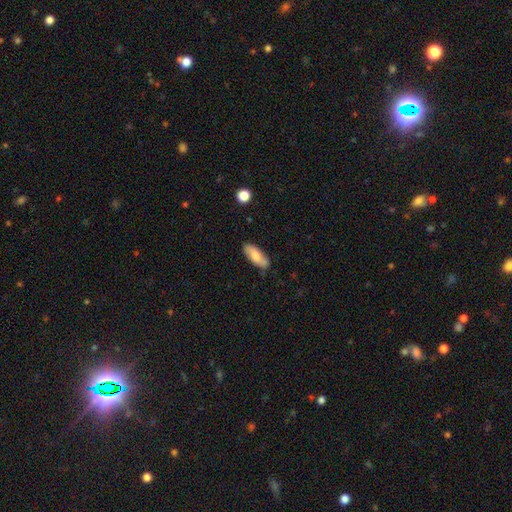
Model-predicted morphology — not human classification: This is likely a smooth galaxy (75%). How rounded: likely in between (75%). Merging: likely none (80%).